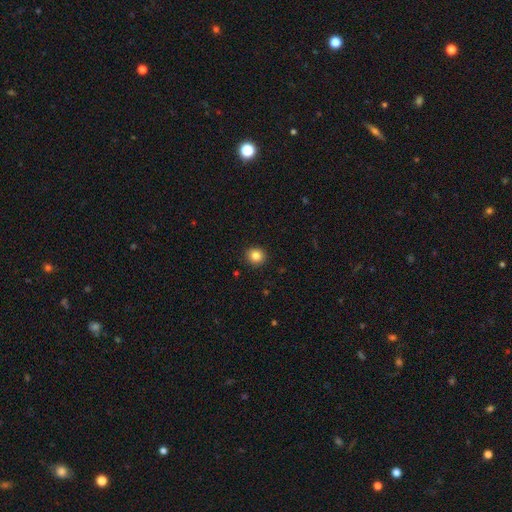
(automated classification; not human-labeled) Smooth or featured? smooth (84%)
How rounded? round (89%)
Merging? none (91%)